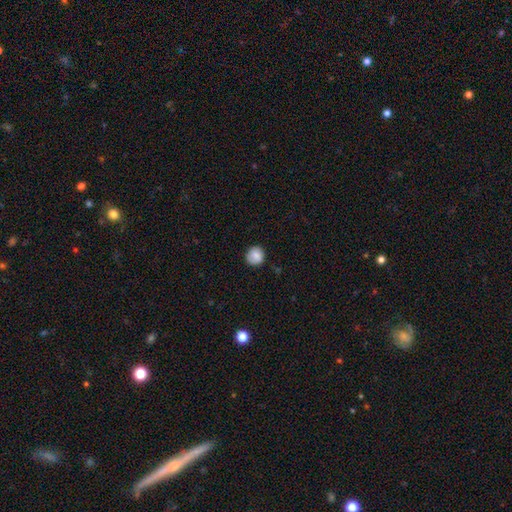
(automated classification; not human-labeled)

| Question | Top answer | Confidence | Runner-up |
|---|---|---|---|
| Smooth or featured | smooth | 85% | star or artifact (8%) |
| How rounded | round | 87% | in between (12%) |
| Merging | none | 84% | minor disturbance (12%) |